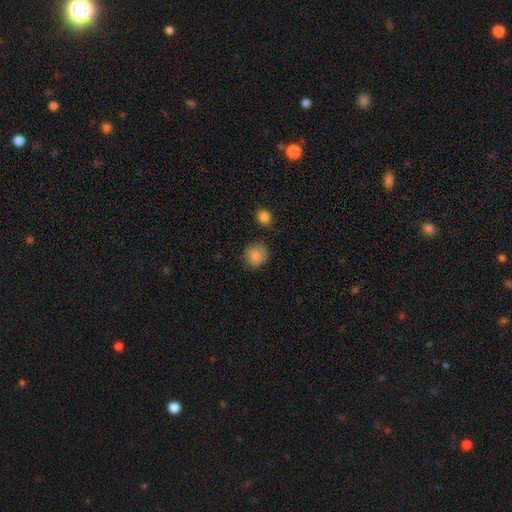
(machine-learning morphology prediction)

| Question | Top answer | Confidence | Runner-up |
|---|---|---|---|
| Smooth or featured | smooth | 87% | star or artifact (8%) |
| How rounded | round | 87% | in between (12%) |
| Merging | none | 83% | minor disturbance (12%) |